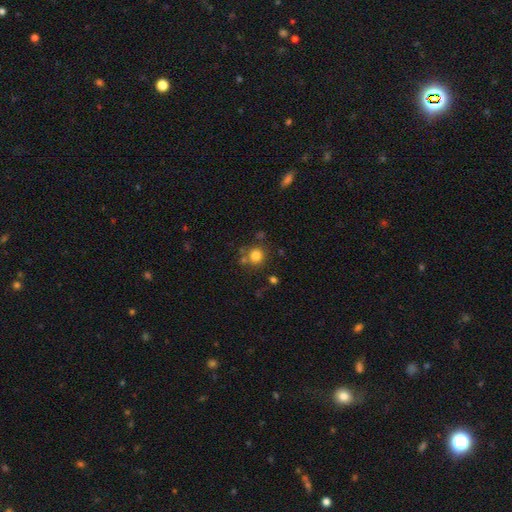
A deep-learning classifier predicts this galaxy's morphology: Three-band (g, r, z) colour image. It shows a smooth galaxy with no disk features (80%) that is round (90%). Merging: none (75%).